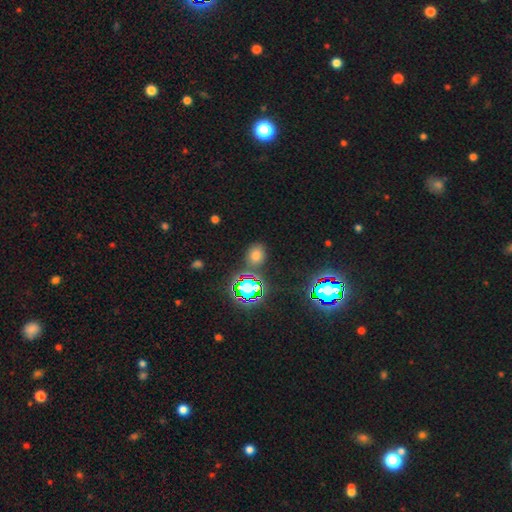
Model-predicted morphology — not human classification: type=smooth (61%); roundness=in between (50%); merging=none (78%).